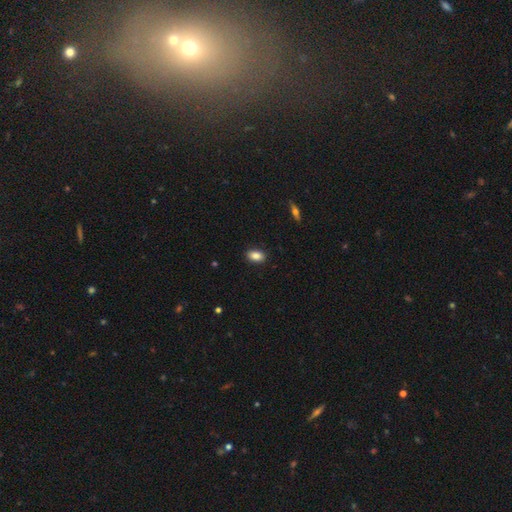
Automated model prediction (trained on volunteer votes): Q: Smooth or featured?
A: smooth (87%); runner-up: star or artifact (8%)
Q: How rounded?
A: in between (90%); runner-up: round (8%)
Q: Merging?
A: none (89%); runner-up: minor disturbance (8%)